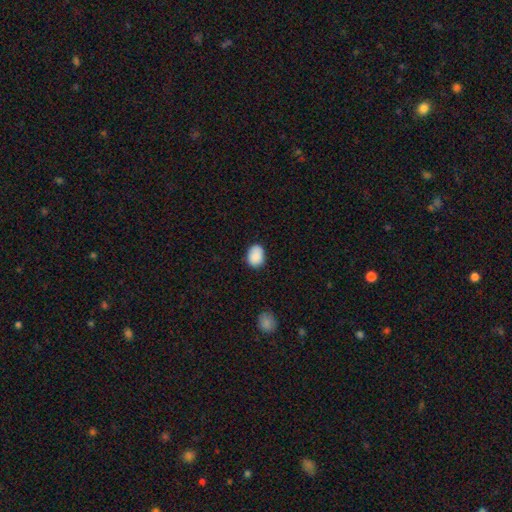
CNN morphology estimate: Smooth or featured? Predicted: smooth (p=0.89). How rounded? Predicted: in between (p=0.67). Merging? Predicted: none (p=0.81).